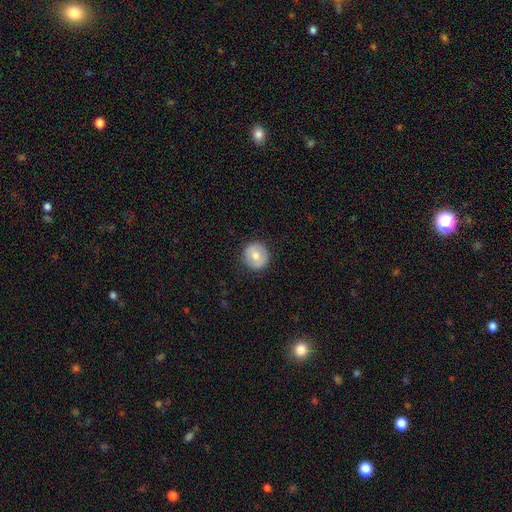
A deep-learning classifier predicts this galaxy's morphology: Smooth or featured: smooth — 69% (featured or disk — 23%)
How rounded: round — 92% (in between — 7%)
Merging: none — 88% (minor disturbance — 8%)